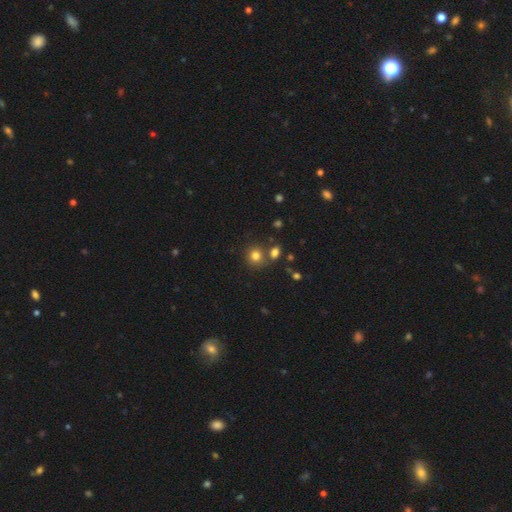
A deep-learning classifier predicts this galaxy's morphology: The model was most divided on "merging": none: 68%, merger: 19%, minor disturbance: 10%, major disturbance: 3%. More confident: how rounded — round (83%); smooth or featured — smooth (79%).